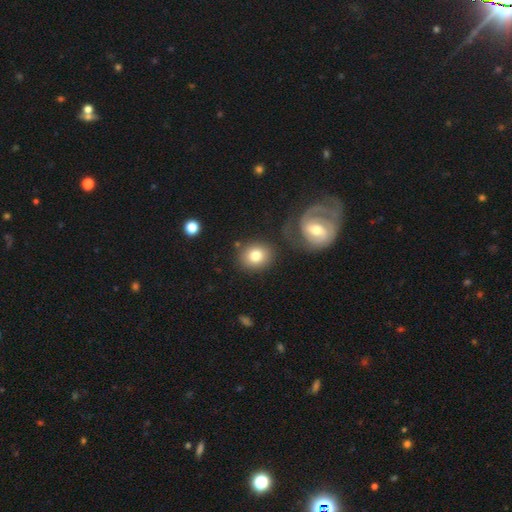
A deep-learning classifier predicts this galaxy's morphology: The model was most divided on "how rounded": round: 70%, in between: 29%, cigar-shaped: 1%. More confident: smooth or featured — smooth (78%); merging — none (73%).